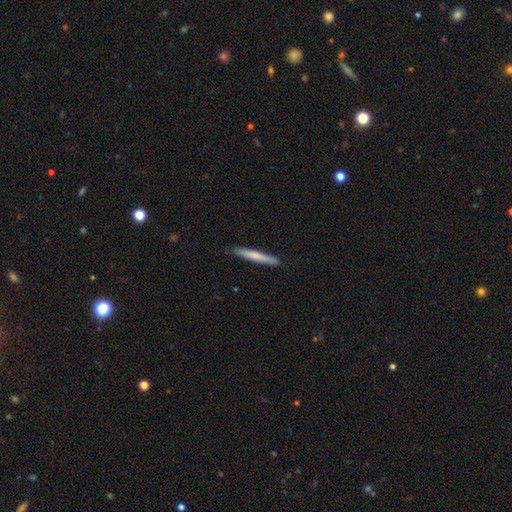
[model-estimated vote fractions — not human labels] The model was most divided on "smooth or featured": smooth: 67%, featured or disk: 28%, star or artifact: 5%. More confident: how rounded — cigar-shaped (96%); merging — none (89%).